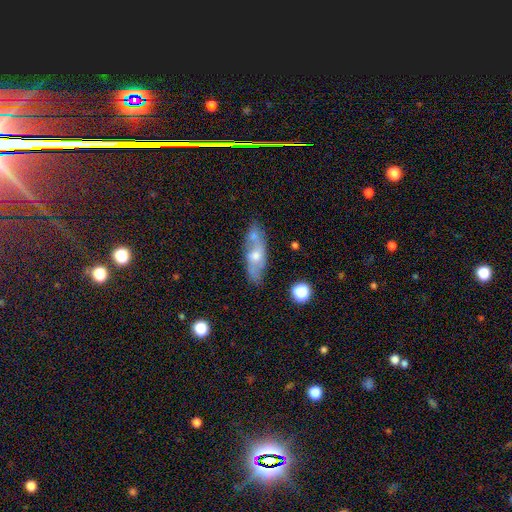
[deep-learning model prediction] Q: Smooth or featured?
A: featured or disk (53%); runner-up: smooth (39%)
Q: Edge-on disk?
A: no (75%); runner-up: yes (25%)
Q: Merging?
A: none (59%); runner-up: minor disturbance (18%)